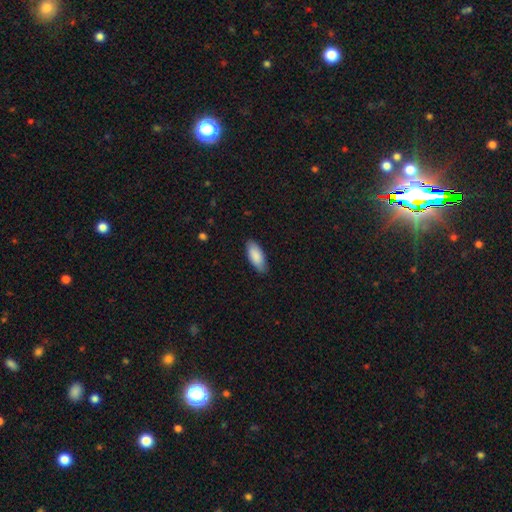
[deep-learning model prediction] A smooth galaxy with no disk features (88%) that is in between round and cigar-shaped (85%). Merging: none (84%).